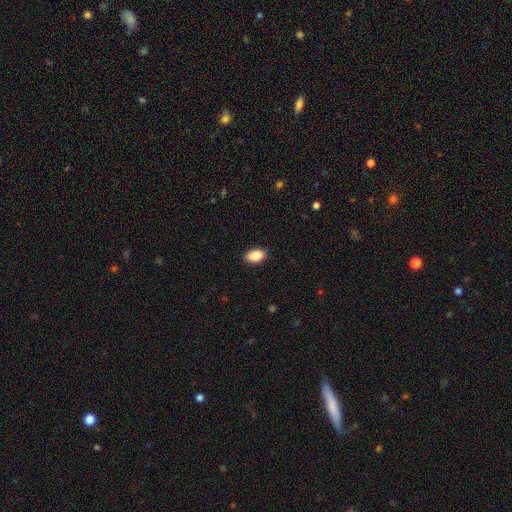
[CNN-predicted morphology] smooth_or_featured: smooth (p=0.89) [alt: star or artifact p=0.07]
how_rounded: in between (p=0.91) [alt: round p=0.07]
merging: none (p=0.89) [alt: minor disturbance p=0.08]